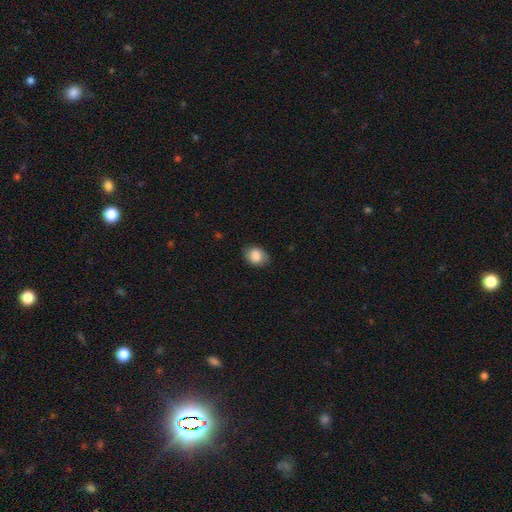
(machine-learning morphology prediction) This is clearly a smooth galaxy (83%). How rounded: likely in between (63%). Merging: likely none (78%).